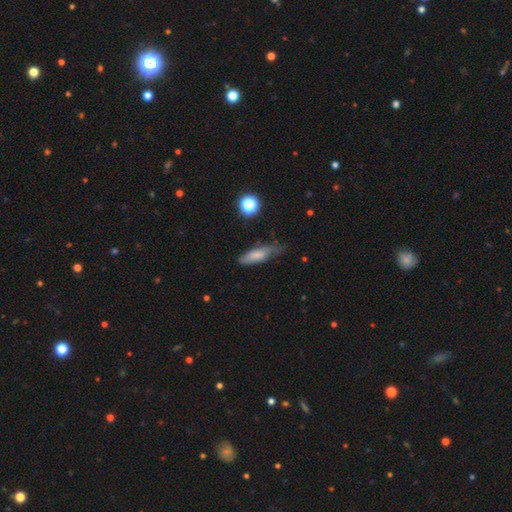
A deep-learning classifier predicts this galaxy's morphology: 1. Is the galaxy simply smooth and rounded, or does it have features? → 69% smooth, 22% featured or disk, 9% star or artifact.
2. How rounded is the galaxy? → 51% cigar-shaped, 46% in between, 3% round.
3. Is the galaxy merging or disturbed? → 55% none, 33% minor disturbance, 9% major disturbance, 2% merger.